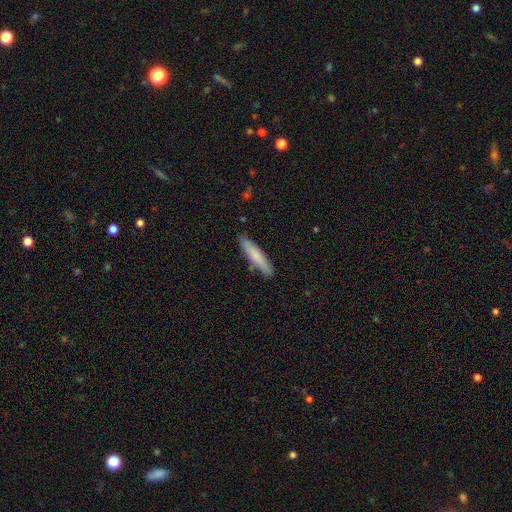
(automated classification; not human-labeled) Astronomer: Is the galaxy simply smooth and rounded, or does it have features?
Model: smooth — 76%.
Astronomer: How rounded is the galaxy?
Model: cigar-shaped — 89%.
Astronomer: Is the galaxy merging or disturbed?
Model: none — 85%.